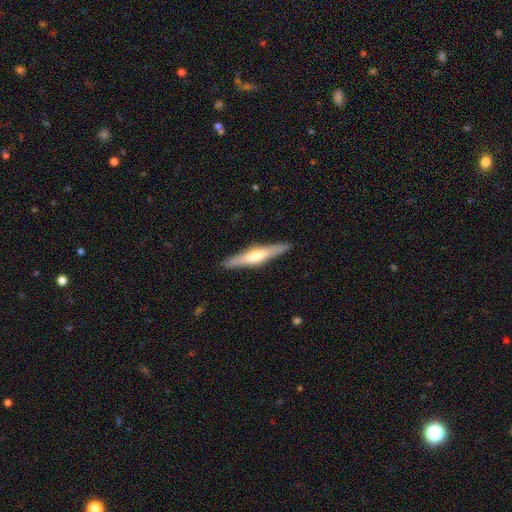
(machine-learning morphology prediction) A featured or disk galaxy (58%) viewed edge-on (96%) with a rounded central bulge (82%).

Vote fractions:
- Smooth or featured? featured or disk: 58% / smooth: 36% / star or artifact: 6%
- Edge-on disk? yes: 96% / no: 4%
- Edge-on bulge? rounded: 82% / none: 9% / boxy: 9%
- Merging? none: 90% / minor disturbance: 7% / major disturbance: 2% / merger: 1%